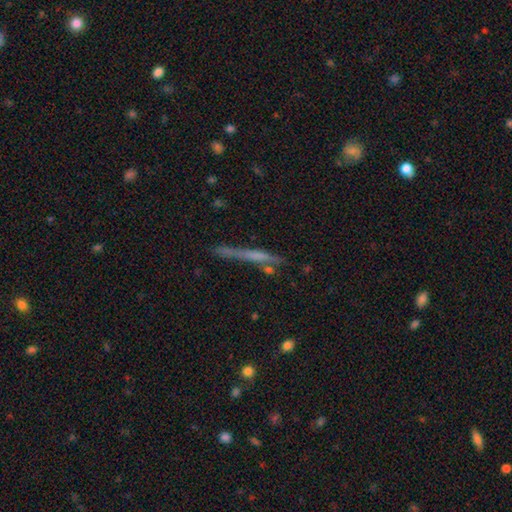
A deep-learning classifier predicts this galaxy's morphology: Overall: smooth (49%; featured or disk 42%). Merging: none (69%).